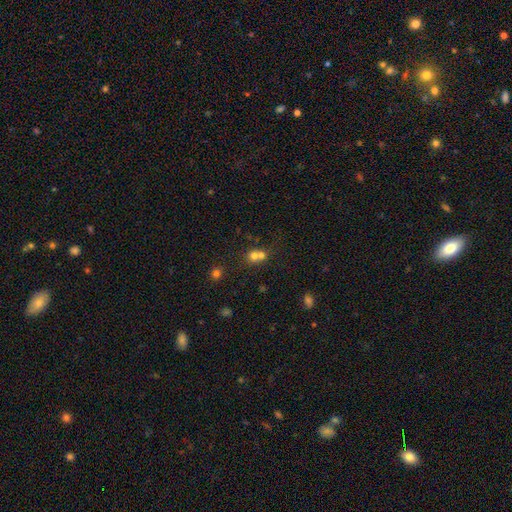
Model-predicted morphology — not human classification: A smooth galaxy with no disk features (69%) that is round (80%). Merging: merger (58%).